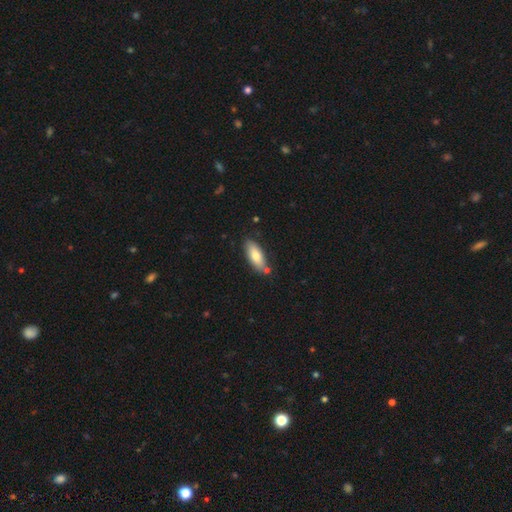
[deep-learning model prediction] smooth-or-featured: smooth: 75% | featured or disk: 19% | star or artifact: 6%
  how-rounded: in between: 75% | cigar-shaped: 23% | round: 2%
  merging: none: 77% | minor disturbance: 15% | merger: 6% | major disturbance: 3%